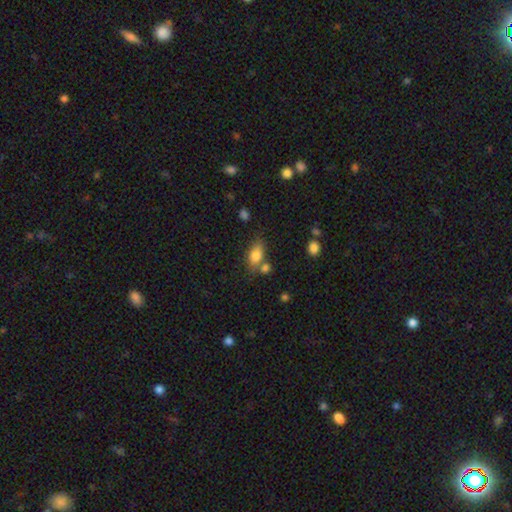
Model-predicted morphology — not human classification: Overall: smooth (80%). How rounded: in between (83%). Merging: none (56%; merger 21%).